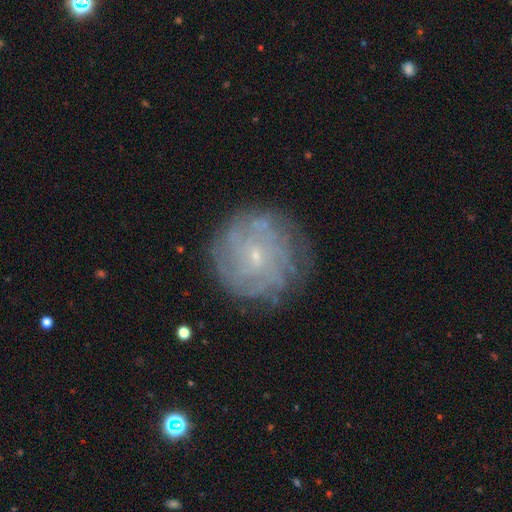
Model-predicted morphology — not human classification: This is likely a featured or disk galaxy (68%). It is clearly not viewed edge-on (97%). Bar: likely no (70%). Spiral arm pattern: clearly yes (81%). Spiral arm count: possibly can't tell (51%). Spiral winding: likely tight (68%). Central bulge: clearly small (85%). Merging: likely none (80%).